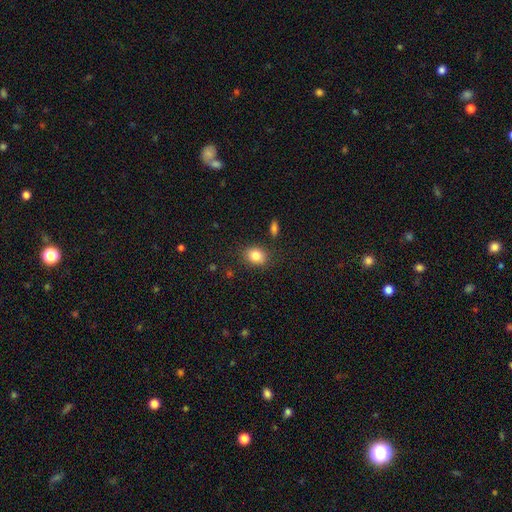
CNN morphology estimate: smooth-or-featured: smooth: 84% | star or artifact: 9% | featured or disk: 7%
  how-rounded: in between: 55% | round: 44% | cigar-shaped: 1%
  merging: none: 83% | minor disturbance: 11% | major disturbance: 3% | merger: 3%